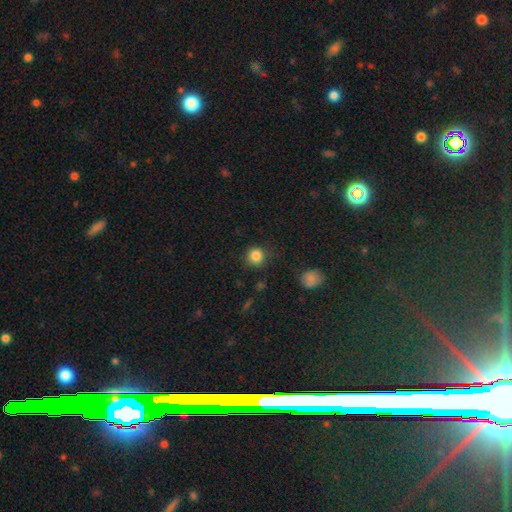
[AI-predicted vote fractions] Q: Smooth or featured?
A: smooth (85%); runner-up: star or artifact (11%)
Q: How rounded?
A: round (89%); runner-up: in between (10%)
Q: Merging?
A: none (84%); runner-up: minor disturbance (11%)